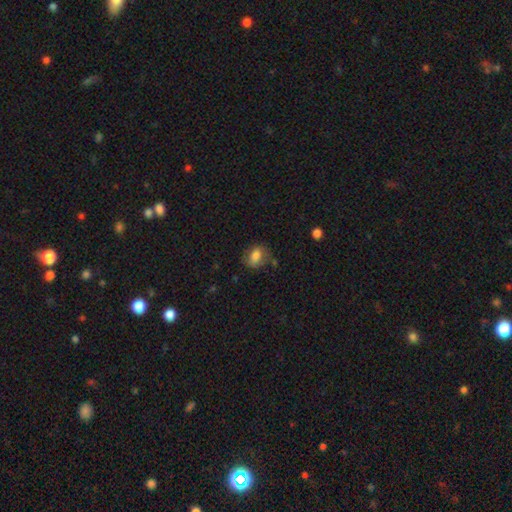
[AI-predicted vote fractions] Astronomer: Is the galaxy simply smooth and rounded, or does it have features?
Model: smooth — 75%.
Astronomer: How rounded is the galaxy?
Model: in between — 68%.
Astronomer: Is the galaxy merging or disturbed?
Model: none — 63%.